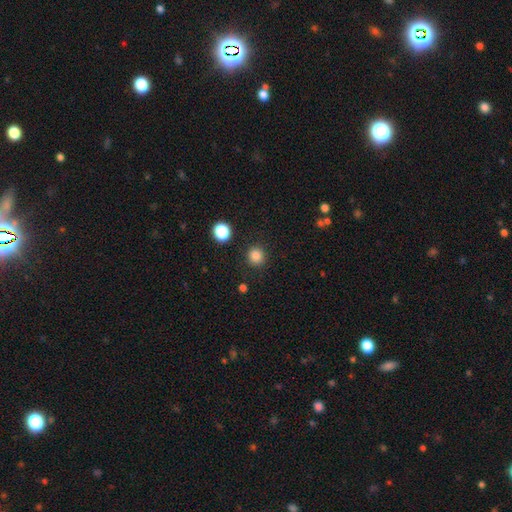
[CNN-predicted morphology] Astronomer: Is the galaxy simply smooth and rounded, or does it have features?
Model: smooth — 84%.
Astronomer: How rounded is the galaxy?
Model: round — 93%.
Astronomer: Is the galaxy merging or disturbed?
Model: none — 90%.